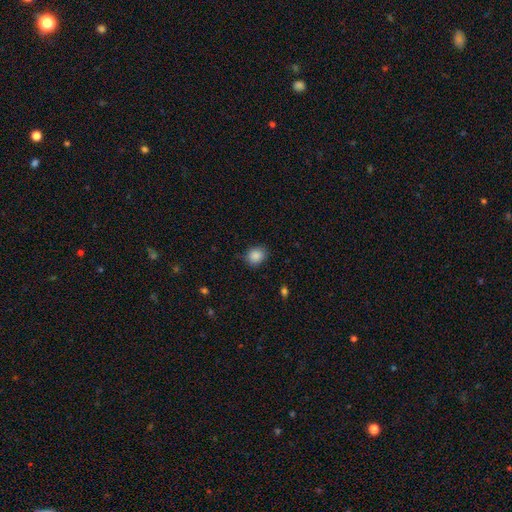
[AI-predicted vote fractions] Smooth or featured?
  - smooth: 88% *
  - star or artifact: 9%
  - featured or disk: 4%
How rounded?
  - round: 66% *
  - in between: 33%
  - cigar-shaped: 1%
Merging?
  - none: 81% *
  - minor disturbance: 15%
  - major disturbance: 3%
  - merger: 1%